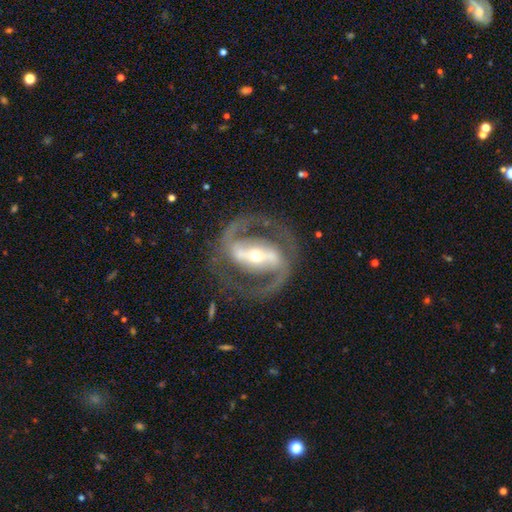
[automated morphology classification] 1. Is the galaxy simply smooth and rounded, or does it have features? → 90% featured or disk, 5% smooth, 5% star or artifact.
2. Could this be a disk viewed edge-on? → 95% no, 5% yes.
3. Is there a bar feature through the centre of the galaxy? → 71% strong, 18% weak, 11% no.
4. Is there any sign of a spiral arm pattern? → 92% yes, 8% no.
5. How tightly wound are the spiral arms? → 58% medium, 27% tight, 16% loose.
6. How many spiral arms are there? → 92% 2, 3% can't tell, 2% 1, 1% 3, 1% 4, 1% more than 4.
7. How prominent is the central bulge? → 48% moderate, 45% small, 5% large, 1% dominant, 1% none.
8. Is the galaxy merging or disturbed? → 80% none, 10% minor disturbance, 8% major disturbance, 2% merger.